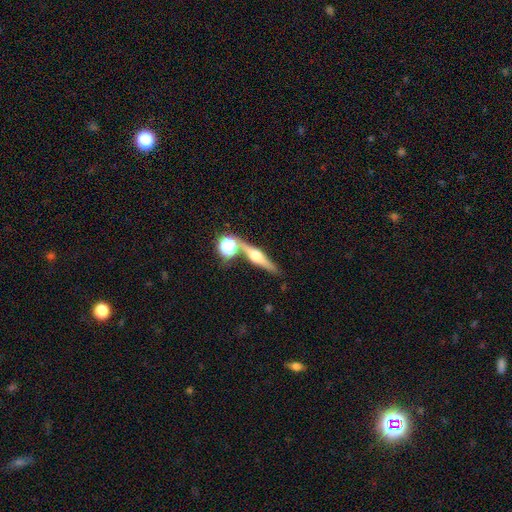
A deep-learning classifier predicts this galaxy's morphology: Smooth or featured? Predicted: featured or disk (p=0.71). Edge-on disk? Predicted: yes (p=0.95). Edge-on bulge? Predicted: rounded (p=0.94). Merging? Predicted: none (p=0.75).